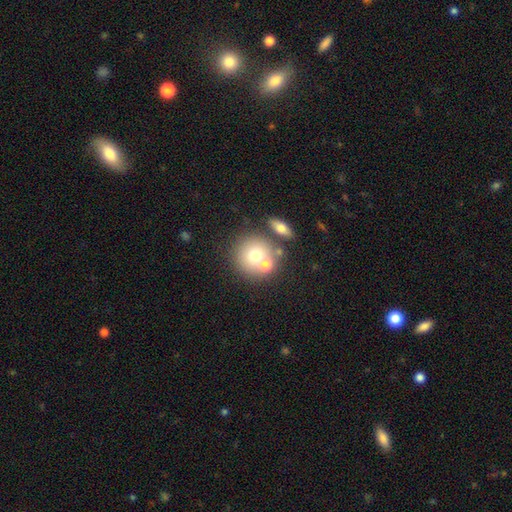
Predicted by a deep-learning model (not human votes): Smooth or featured? smooth (66%)
How rounded? round (88%)
Merging? none (50%)